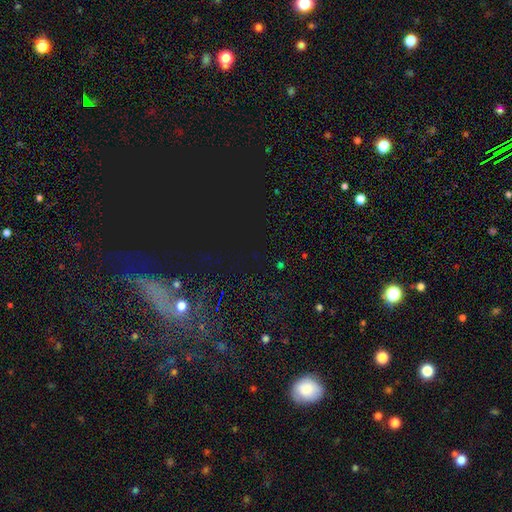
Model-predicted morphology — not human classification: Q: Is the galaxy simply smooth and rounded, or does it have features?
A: star or artifact — 75%.